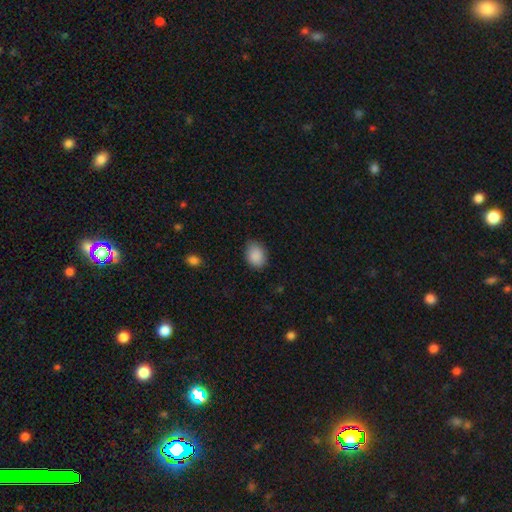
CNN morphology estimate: Q: Smooth or featured?
A: smooth (89%); runner-up: star or artifact (7%)
Q: How rounded?
A: in between (67%); runner-up: round (32%)
Q: Merging?
A: none (78%); runner-up: minor disturbance (18%)